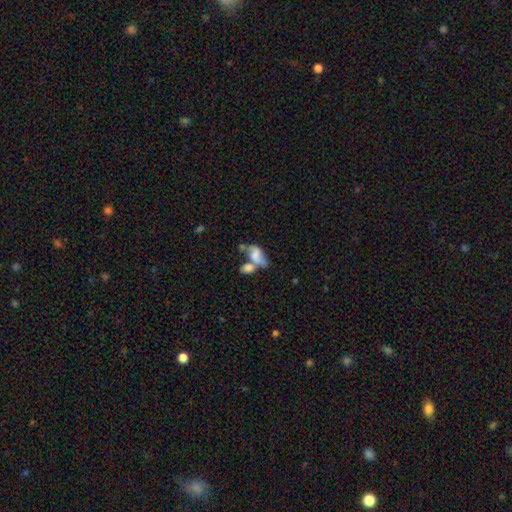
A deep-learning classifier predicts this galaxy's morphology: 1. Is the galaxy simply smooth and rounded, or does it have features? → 47% smooth, 43% featured or disk, 10% star or artifact.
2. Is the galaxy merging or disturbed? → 54% merger, 19% none, 15% major disturbance, 12% minor disturbance.